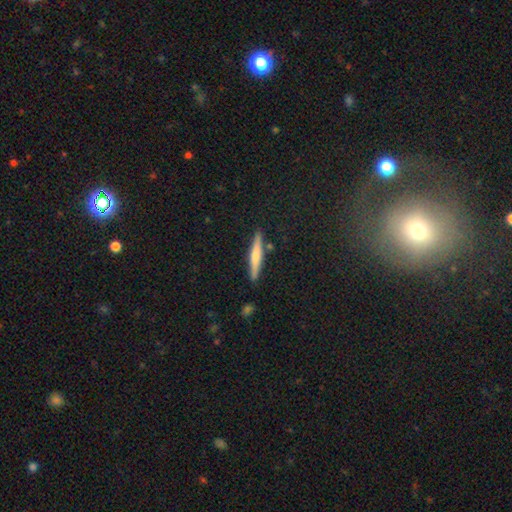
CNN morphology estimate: type=smooth (54%); roundness=cigar-shaped (93%); merging=none (87%).